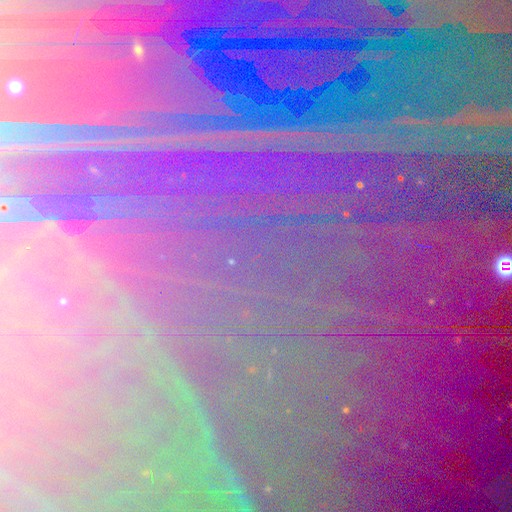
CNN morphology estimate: star or artifact 84%, smooth 8%, featured or disk 8%.